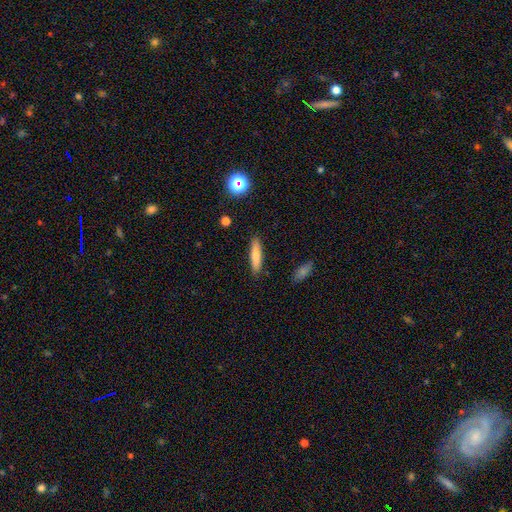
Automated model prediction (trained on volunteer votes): A smooth galaxy with no disk features (75%) that is cigar-shaped (80%).

Vote fractions:
- Smooth or featured? smooth: 75% / featured or disk: 18% / star or artifact: 7%
- How rounded? cigar-shaped: 80% / in between: 19% / round: 2%
- Merging? none: 89% / minor disturbance: 8% / major disturbance: 2% / merger: 2%